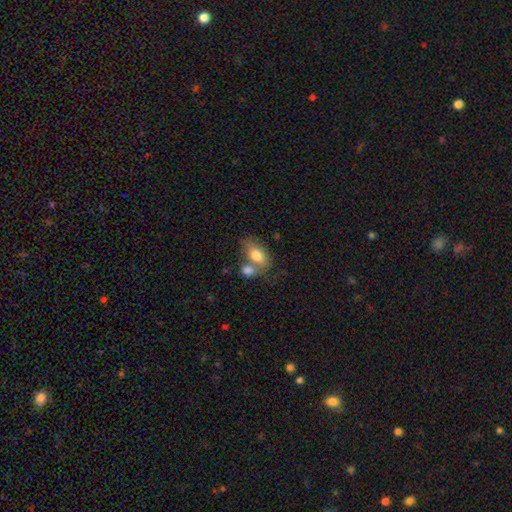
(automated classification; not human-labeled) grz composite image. It shows a smooth galaxy with no disk features (78%) that is in between round and cigar-shaped (87%). Merging: merger (41%).